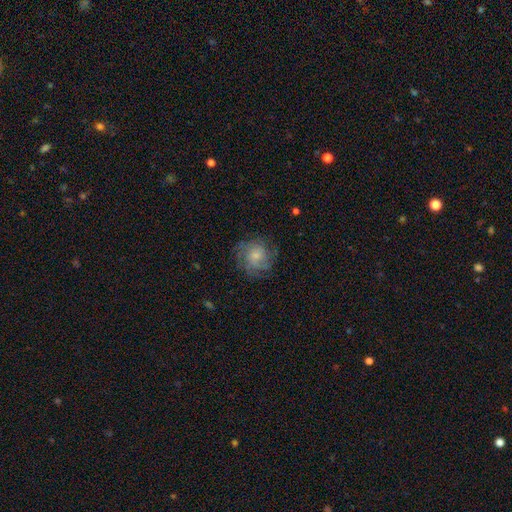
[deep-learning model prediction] Overall: featured or disk (48%; smooth 42%). Merging: none (70%).